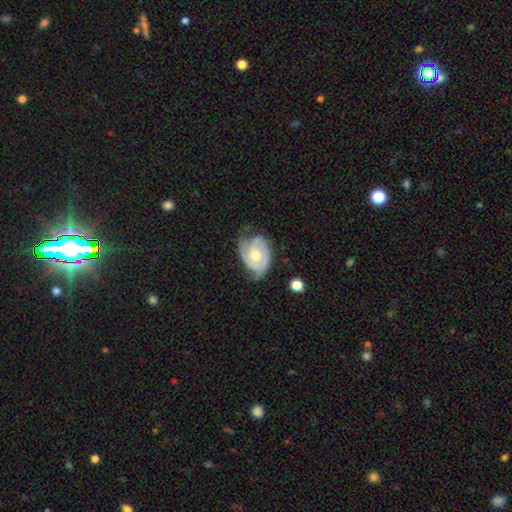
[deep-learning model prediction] This is likely a featured or disk galaxy (75%). It is clearly not viewed edge-on (97%). Bar: likely no (72%). Spiral arm pattern: clearly yes (89%). Spiral arm count: possibly 2 (55%). Spiral winding: possibly tight (50%). Central bulge: likely moderate (62%). Merging: possibly none (48%).